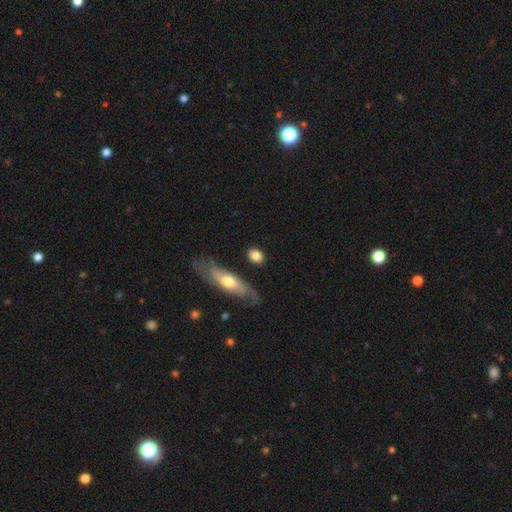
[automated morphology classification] Overall: smooth (79%). How rounded: in between (51%; round 40%). Merging: none (79%).